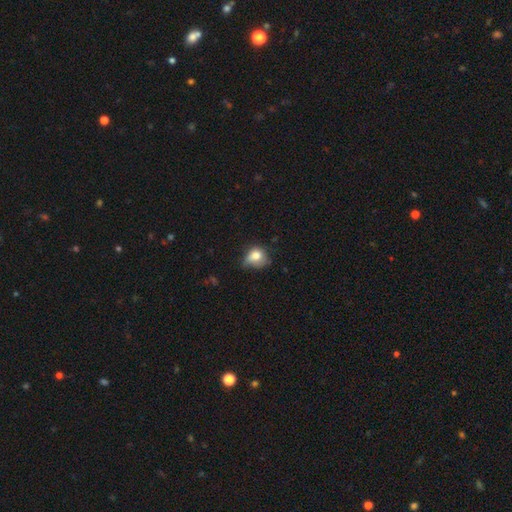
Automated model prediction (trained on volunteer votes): This is likely a smooth galaxy (76%). How rounded: likely round (61%). Merging: marginally minor disturbance (42%).